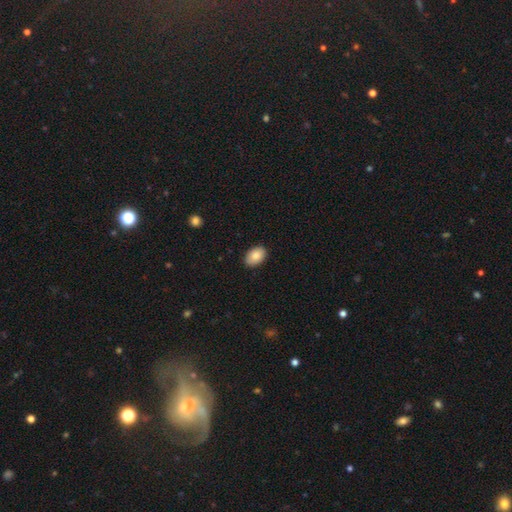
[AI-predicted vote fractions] smooth_or_featured: smooth (p=0.87) [alt: star or artifact p=0.07]
how_rounded: in between (p=0.88) [alt: round p=0.11]
merging: none (p=0.87) [alt: minor disturbance p=0.10]